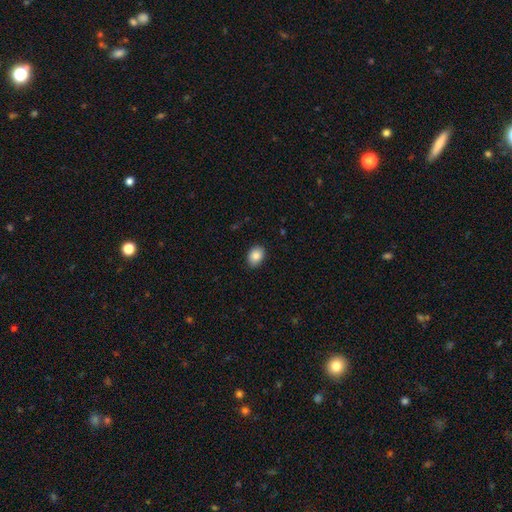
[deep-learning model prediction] Q: Smooth or featured?
A: smooth (85%); runner-up: star or artifact (8%)
Q: How rounded?
A: in between (72%); runner-up: round (27%)
Q: Merging?
A: none (88%); runner-up: minor disturbance (9%)